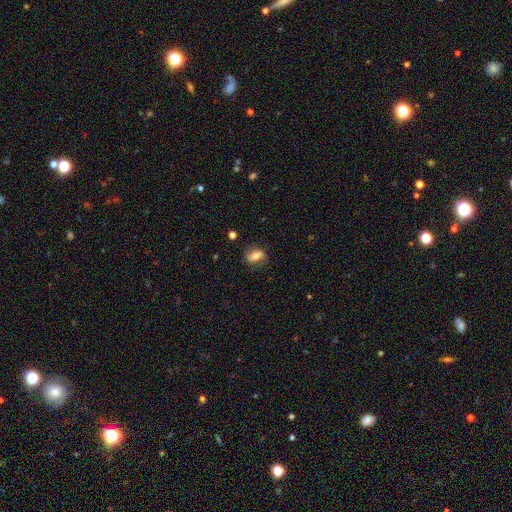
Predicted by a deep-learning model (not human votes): smooth 51%, featured or disk 40%, star or artifact 9%. Down the decision tree: how rounded — in between (74%); merging — none (76%).